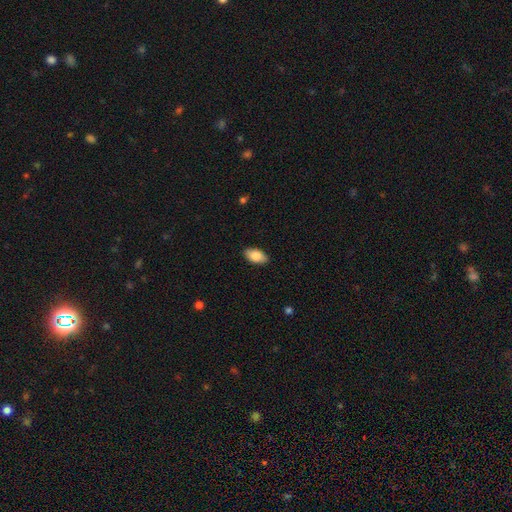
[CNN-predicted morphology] Smooth or featured: smooth — 83% (featured or disk — 10%)
How rounded: in between — 93% (round — 3%)
Merging: none — 89% (minor disturbance — 9%)